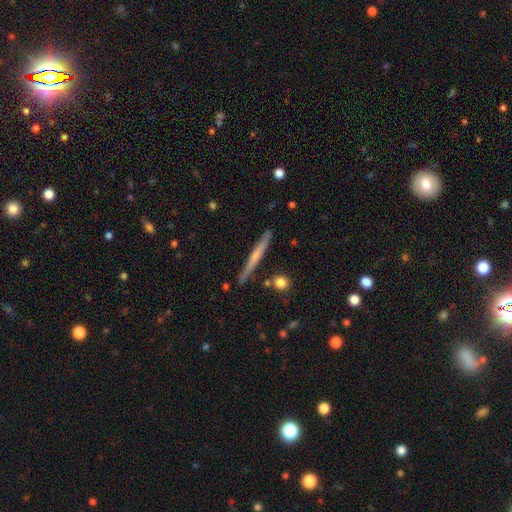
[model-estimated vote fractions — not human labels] Smooth or featured: featured or disk — 55% (smooth — 39%)
Edge-on disk: yes — 97% (no — 3%)
Edge-on bulge: none — 61% (rounded — 32%)
Merging: none — 86% (minor disturbance — 10%)